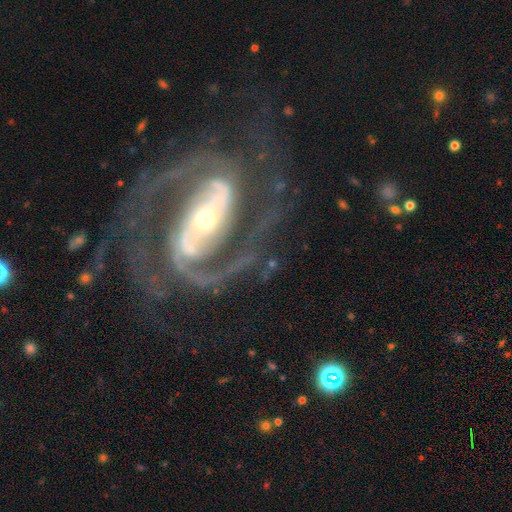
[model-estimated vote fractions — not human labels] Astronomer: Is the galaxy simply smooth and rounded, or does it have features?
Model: featured or disk — 93%.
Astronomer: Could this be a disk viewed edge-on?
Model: no — 97%.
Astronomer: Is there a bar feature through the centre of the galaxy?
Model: strong — 57%.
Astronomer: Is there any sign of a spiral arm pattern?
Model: yes — 98%.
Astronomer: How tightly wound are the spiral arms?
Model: medium — 57%.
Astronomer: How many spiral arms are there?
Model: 2 — 86%.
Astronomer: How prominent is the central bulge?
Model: small — 51% (runner-up: moderate, 41%).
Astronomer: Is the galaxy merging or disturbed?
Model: none — 68%.